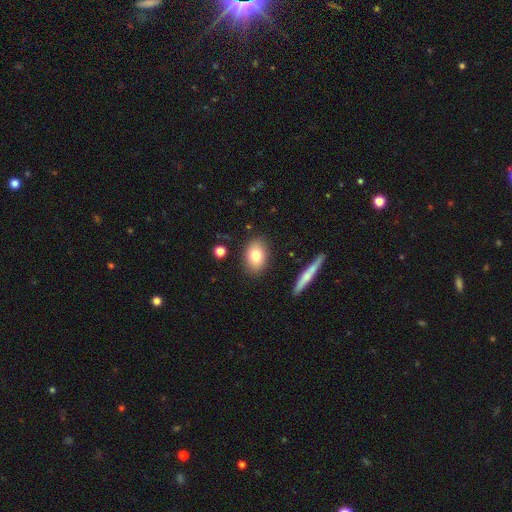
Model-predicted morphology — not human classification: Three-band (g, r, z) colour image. It shows a smooth galaxy with no disk features (78%) that is in between round and cigar-shaped (78%). Merging: none (86%).